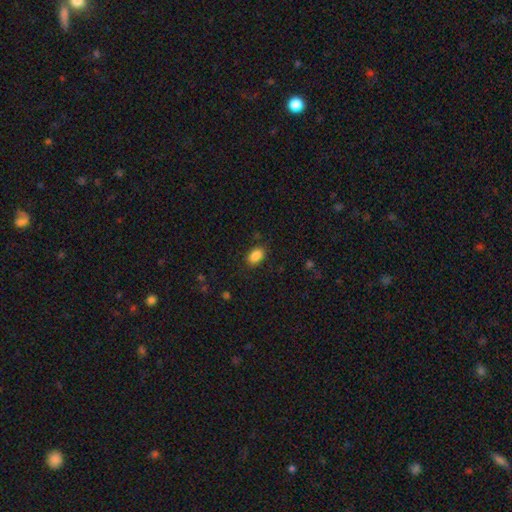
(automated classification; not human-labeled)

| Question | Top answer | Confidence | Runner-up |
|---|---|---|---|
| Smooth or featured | smooth | 88% | star or artifact (8%) |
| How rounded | in between | 89% | round (10%) |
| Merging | none | 85% | minor disturbance (11%) |